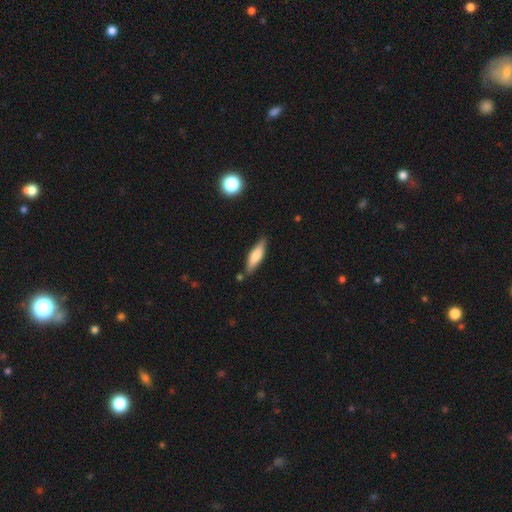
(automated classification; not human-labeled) A smooth galaxy with no disk features (67%) that is cigar-shaped (60%).

Vote fractions:
- Smooth or featured? smooth: 67% / featured or disk: 27% / star or artifact: 6%
- How rounded? cigar-shaped: 60% / in between: 38% / round: 2%
- Merging? none: 80% / minor disturbance: 14% / merger: 4% / major disturbance: 3%